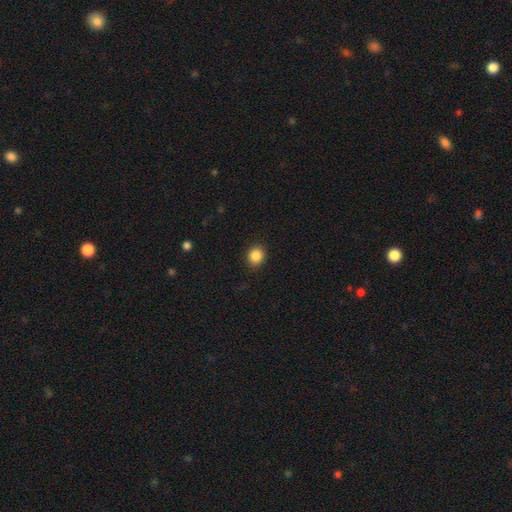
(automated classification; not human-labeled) Smooth or featured: smooth — 87% (star or artifact — 10%)
How rounded: round — 70% (in between — 29%)
Merging: none — 89% (minor disturbance — 7%)